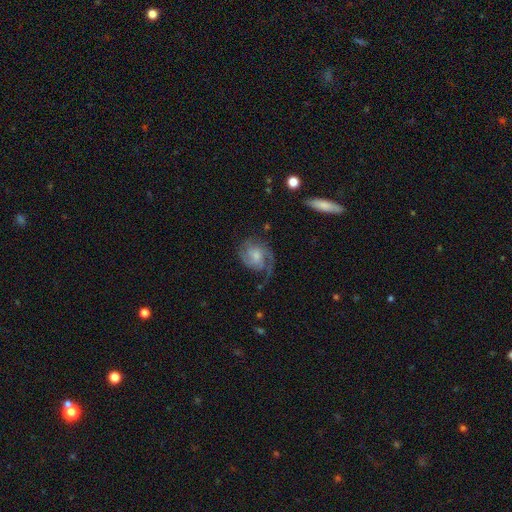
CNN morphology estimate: smooth_or_featured: featured or disk (p=0.76) [alt: smooth p=0.18]
disk_edge_on: no (p=0.97) [alt: yes p=0.03]
bar: no (p=0.54) [alt: weak p=0.40]
has_spiral_arms: yes (p=0.93) [alt: no p=0.07]
spiral_winding: medium (p=0.44) [alt: tight p=0.32]
spiral_arm_count: 2 (p=0.42) [alt: 1 p=0.27]
bulge_size: small (p=0.41) [alt: moderate p=0.37]
merging: none (p=0.48) [alt: major disturbance p=0.28]